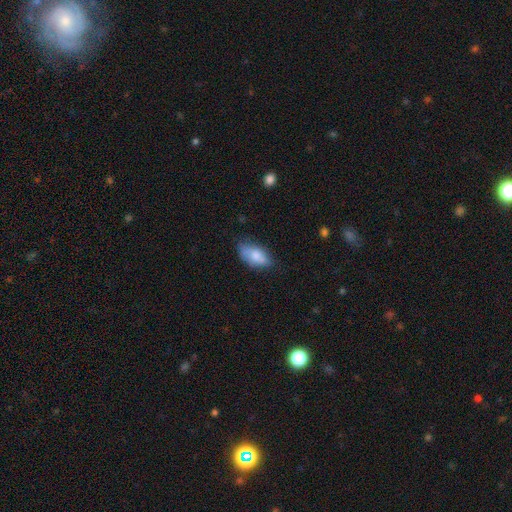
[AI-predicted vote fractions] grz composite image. It shows a smooth galaxy with no disk features (78%) that is in between round and cigar-shaped (91%). Merging: none (63%).